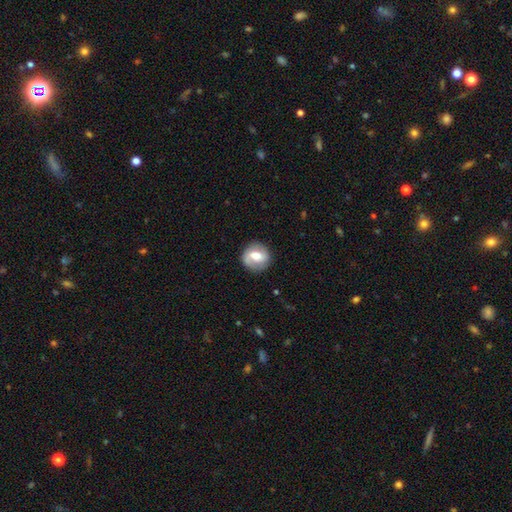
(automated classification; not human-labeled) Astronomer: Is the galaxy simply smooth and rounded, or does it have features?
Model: featured or disk — 48% (runner-up: smooth, 45%).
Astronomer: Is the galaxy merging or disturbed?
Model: none — 79%.